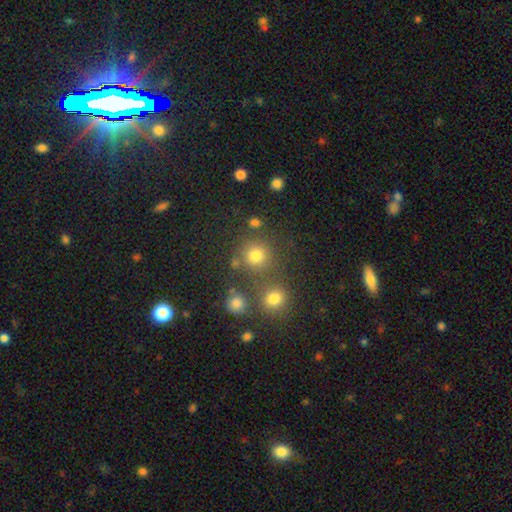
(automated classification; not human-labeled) smooth-or-featured: smooth: 76% | star or artifact: 18% | featured or disk: 6%
  how-rounded: round: 90% | in between: 9% | cigar-shaped: 1%
  merging: none: 71% | merger: 16% | minor disturbance: 8% | major disturbance: 4%